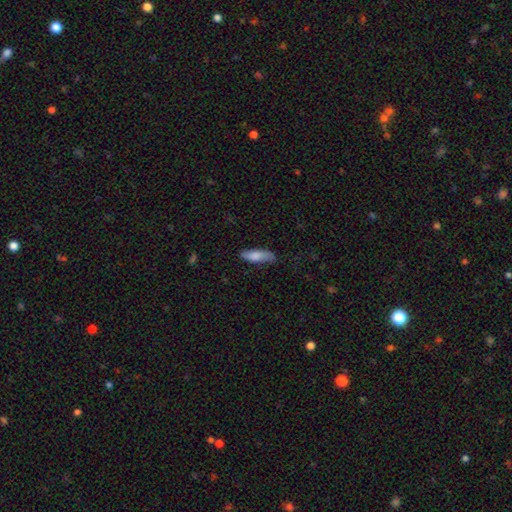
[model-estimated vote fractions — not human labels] smooth_or_featured: smooth (p=0.77) [alt: featured or disk p=0.17]
how_rounded: in between (p=0.49) [tied with: cigar-shaped p=0.49]
merging: none (p=0.72) [alt: minor disturbance p=0.22]